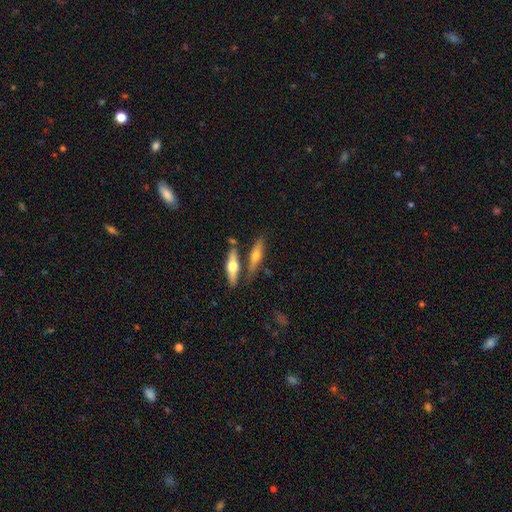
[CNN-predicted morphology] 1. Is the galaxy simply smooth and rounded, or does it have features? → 51% featured or disk, 43% smooth, 6% star or artifact.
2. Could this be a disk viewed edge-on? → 90% yes, 10% no.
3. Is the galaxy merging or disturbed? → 64% none, 22% merger, 11% minor disturbance, 4% major disturbance.